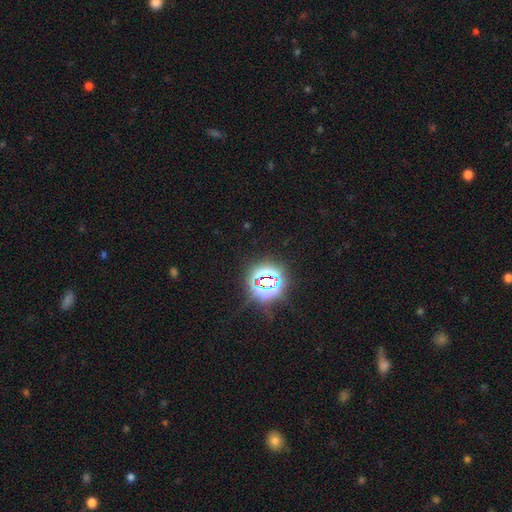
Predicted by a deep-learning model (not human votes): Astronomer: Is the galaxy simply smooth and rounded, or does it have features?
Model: star or artifact — 82%.